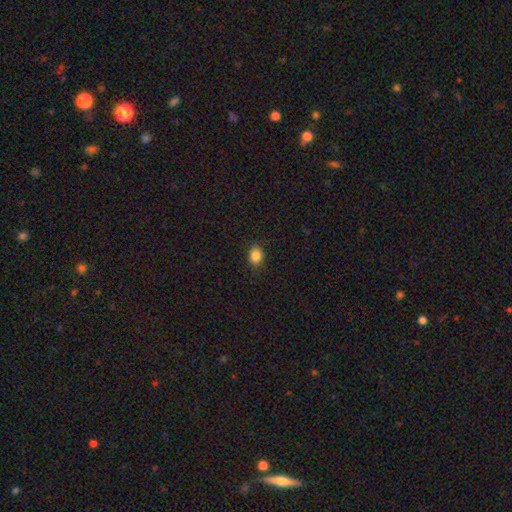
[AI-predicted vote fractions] Overall: smooth (85%). How rounded: in between (58%; round 41%). Merging: none (89%).